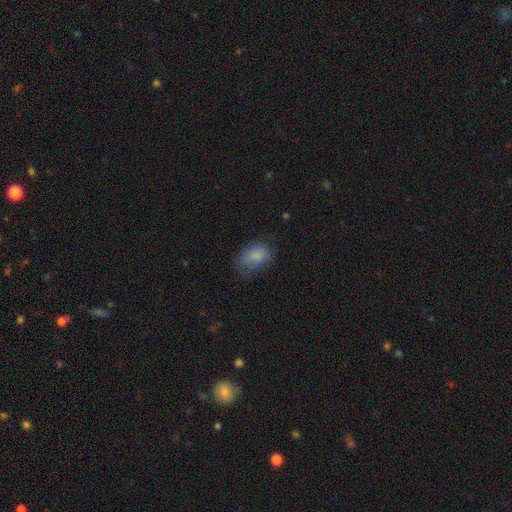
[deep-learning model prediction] Overall: smooth (80%). How rounded: in between (83%). Merging: none (58%; minor disturbance 28%).